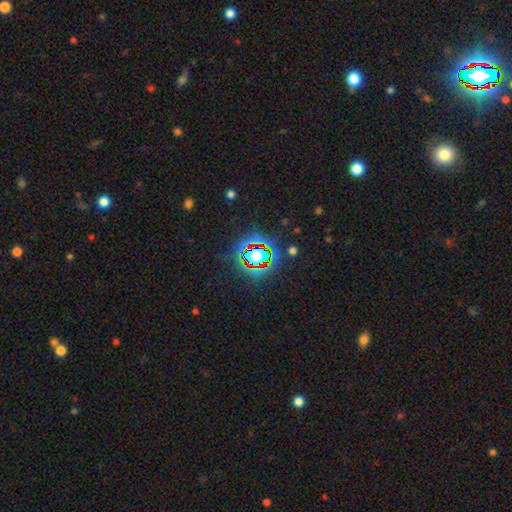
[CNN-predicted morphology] smooth_or_featured: star or artifact (p=0.67) [alt: smooth p=0.21]